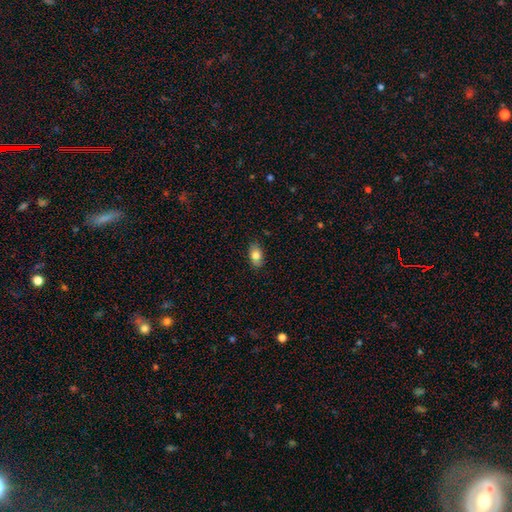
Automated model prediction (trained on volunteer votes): A smooth galaxy with no disk features (79%) that is in between round and cigar-shaped (86%). Merging: none (83%).